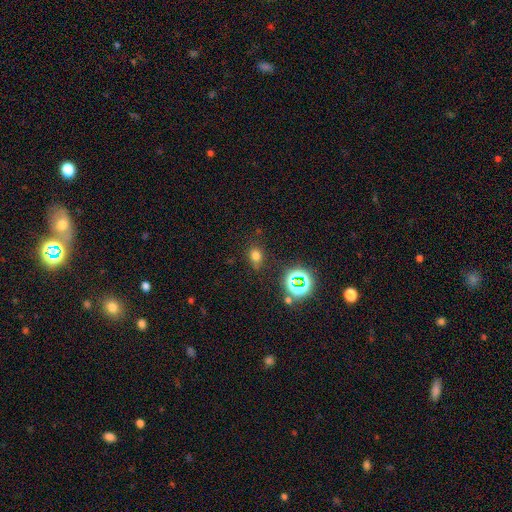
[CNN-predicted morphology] Smooth or featured? smooth (69%)
How rounded? in between (52%)
Merging? none (76%)